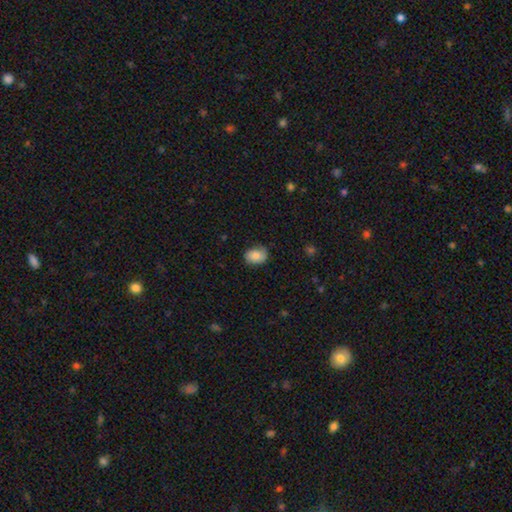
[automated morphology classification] A smooth galaxy with no disk features (80%) that is in between round and cigar-shaped (66%).

Vote fractions:
- Smooth or featured? smooth: 80% / featured or disk: 13% / star or artifact: 8%
- How rounded? in between: 66% / round: 33% / cigar-shaped: 1%
- Merging? none: 73% / minor disturbance: 21% / major disturbance: 5% / merger: 1%